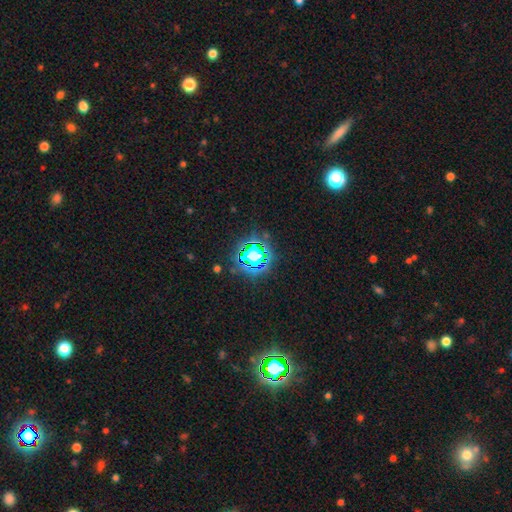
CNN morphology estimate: Smooth or featured?
  - star or artifact: 69% *
  - smooth: 21%
  - featured or disk: 10%